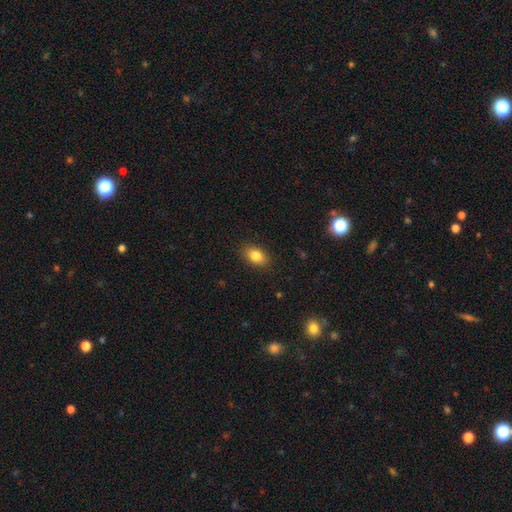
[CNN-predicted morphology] A smooth galaxy with no disk features (83%) that is in between round and cigar-shaped (84%).

Vote fractions:
- Smooth or featured? smooth: 83% / star or artifact: 9% / featured or disk: 8%
- How rounded? in between: 84% / round: 14% / cigar-shaped: 2%
- Merging? none: 88% / minor disturbance: 9% / major disturbance: 2% / merger: 1%